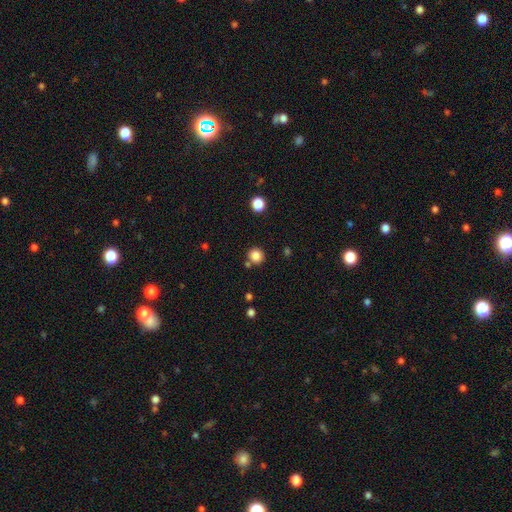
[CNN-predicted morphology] smooth 84%, star or artifact 11%, featured or disk 5%. Down the decision tree: how rounded — round (90%); merging — none (79%).